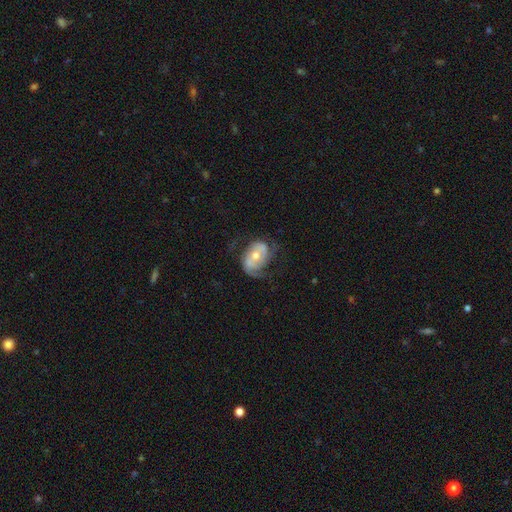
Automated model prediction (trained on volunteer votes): Smooth or featured? featured or disk (71%)
Edge-on disk? no (96%)
Bar? no (57%)
Spiral arms? yes (85%)
Spiral winding? medium (42%)
Spiral arm count? 2 (67%)
Bulge size? moderate (63%)
Merging? none (53%)